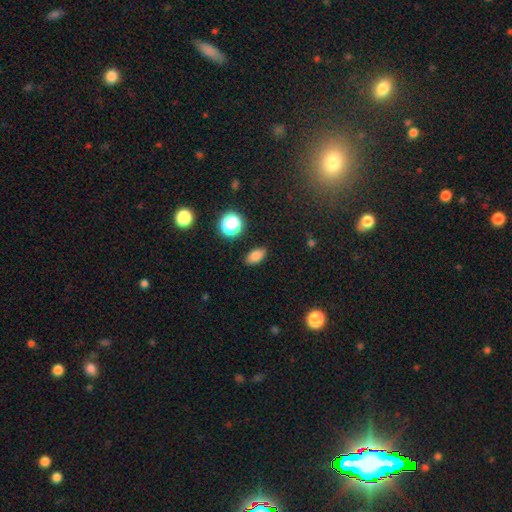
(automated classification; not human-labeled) Morphology: type=smooth (81%); roundness=in between (87%); merging=none (88%).